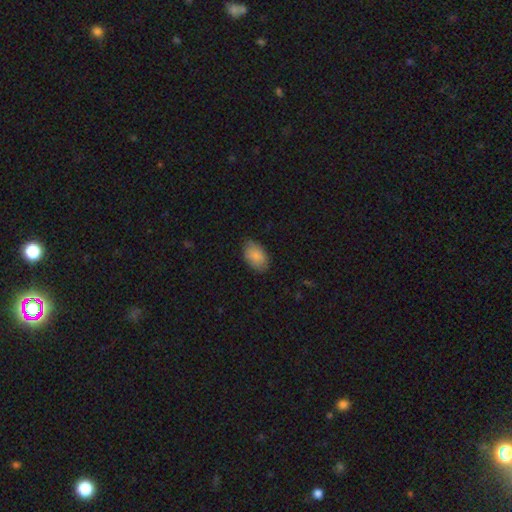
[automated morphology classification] smooth_or_featured: smooth (p=0.84) [alt: featured or disk p=0.09]
how_rounded: in between (p=0.90) [alt: round p=0.09]
merging: none (p=0.80) [alt: minor disturbance p=0.16]